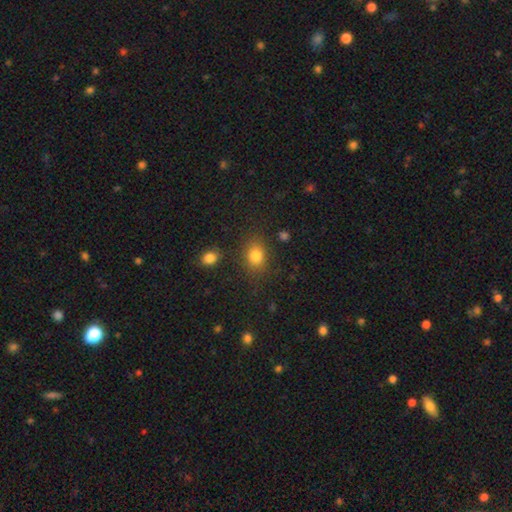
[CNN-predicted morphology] Smooth or featured? Predicted: smooth (p=0.81). How rounded? Predicted: round (p=0.51). Merging? Predicted: none (p=0.81).